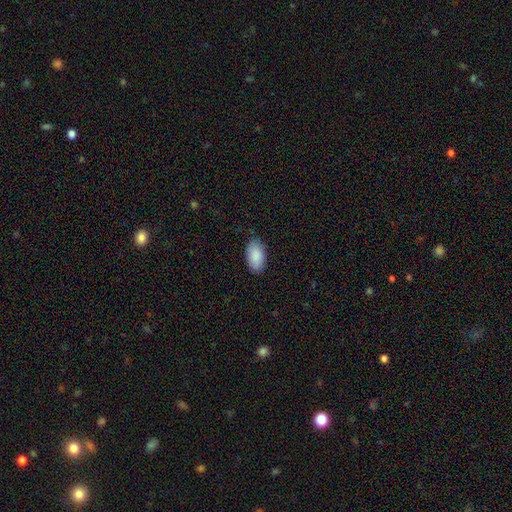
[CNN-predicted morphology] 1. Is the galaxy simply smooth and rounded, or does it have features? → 90% smooth, 6% star or artifact, 4% featured or disk.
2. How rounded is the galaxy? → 95% in between, 2% round, 2% cigar-shaped.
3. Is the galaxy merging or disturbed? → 86% none, 10% minor disturbance, 2% major disturbance, 1% merger.